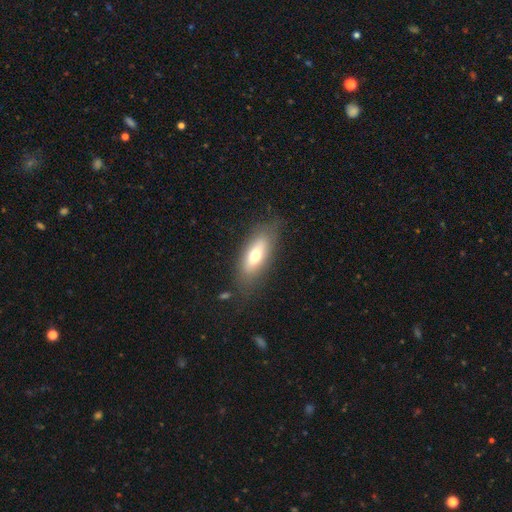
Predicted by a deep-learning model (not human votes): Smooth or featured: smooth — 65% (featured or disk — 28%)
How rounded: in between — 75% (cigar-shaped — 21%)
Merging: none — 77% (minor disturbance — 15%)